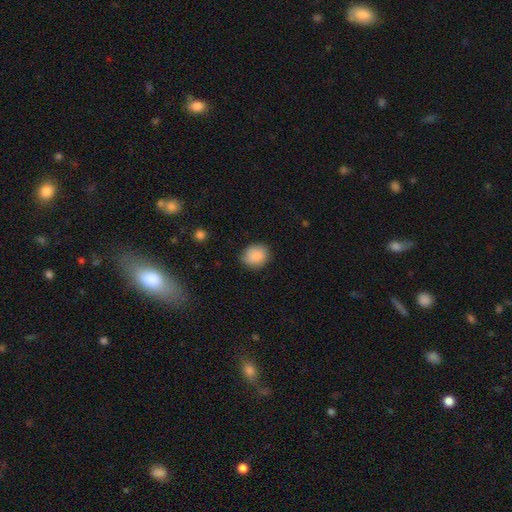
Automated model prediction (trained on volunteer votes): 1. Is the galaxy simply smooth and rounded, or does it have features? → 88% smooth, 7% star or artifact, 5% featured or disk.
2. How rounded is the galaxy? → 62% round, 37% in between, 1% cigar-shaped.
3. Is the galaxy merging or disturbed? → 80% none, 16% minor disturbance, 3% major disturbance, 1% merger.